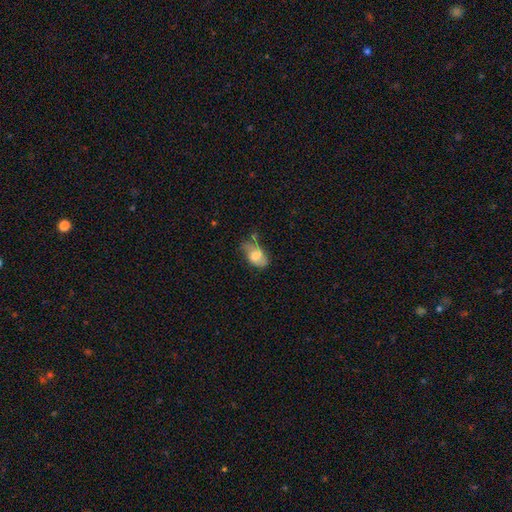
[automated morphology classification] The model was most divided on "merging": minor disturbance: 37%, none: 36%, major disturbance: 18%, merger: 9%. More confident: how rounded — in between (87%); smooth or featured — smooth (64%).